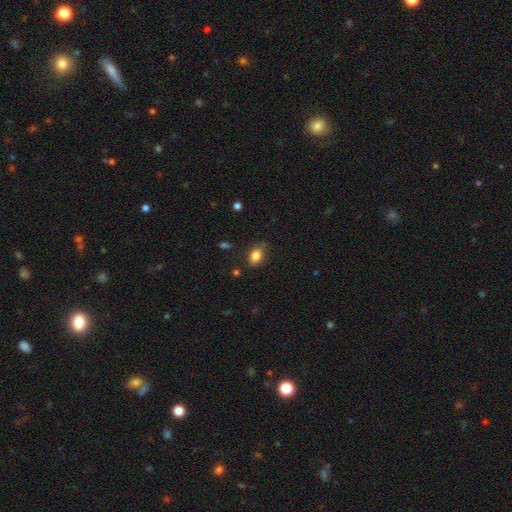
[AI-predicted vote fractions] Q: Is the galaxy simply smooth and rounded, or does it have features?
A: smooth — 85%.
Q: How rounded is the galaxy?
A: in between — 80%.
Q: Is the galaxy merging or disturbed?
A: none — 69%.